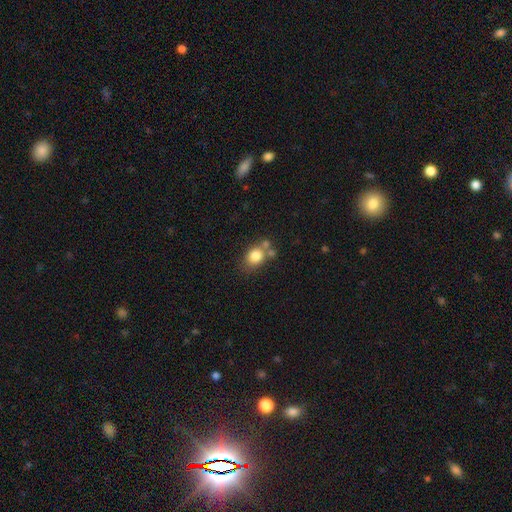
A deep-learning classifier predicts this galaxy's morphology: The model was most divided on "how rounded": in between: 52%, round: 47%, cigar-shaped: 1%. More confident: smooth or featured — smooth (80%); merging — none (53%).